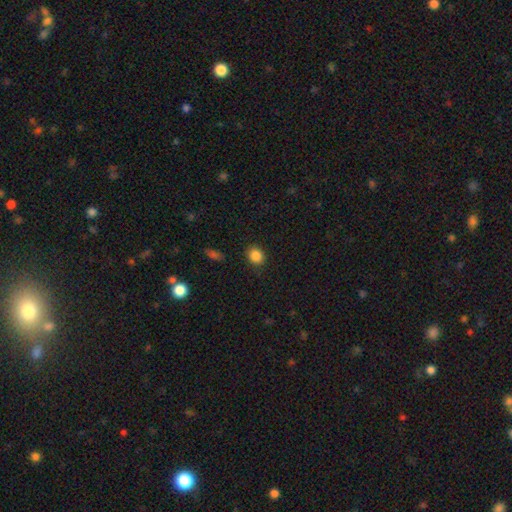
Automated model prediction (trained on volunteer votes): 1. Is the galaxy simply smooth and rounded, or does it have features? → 85% smooth, 10% star or artifact, 4% featured or disk.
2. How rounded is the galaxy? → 69% round, 30% in between, 1% cigar-shaped.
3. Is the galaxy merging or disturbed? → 88% none, 8% minor disturbance, 2% major disturbance, 1% merger.